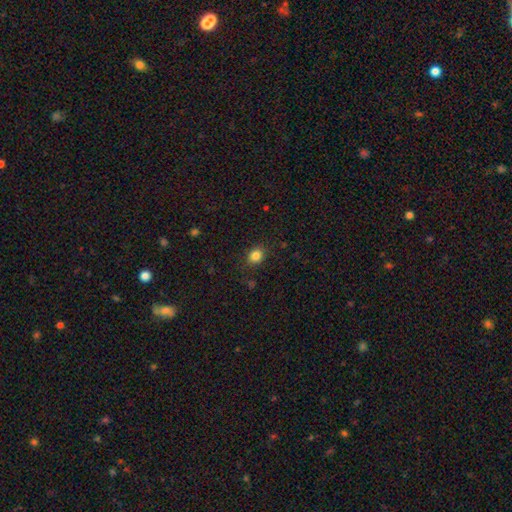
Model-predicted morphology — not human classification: smooth-or-featured: smooth: 83% | star or artifact: 12% | featured or disk: 5%
  how-rounded: round: 58% | in between: 41% | cigar-shaped: 1%
  merging: none: 84% | minor disturbance: 11% | major disturbance: 3% | merger: 1%